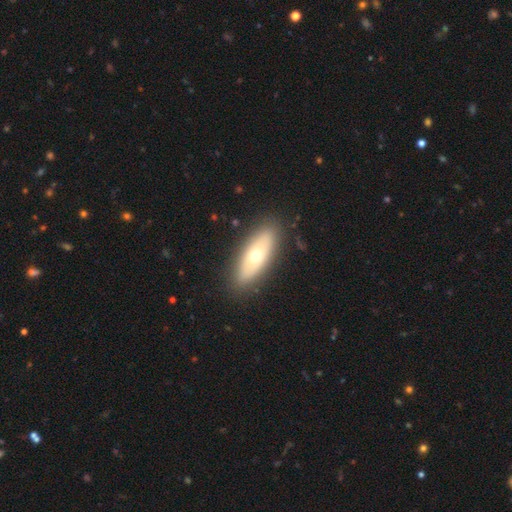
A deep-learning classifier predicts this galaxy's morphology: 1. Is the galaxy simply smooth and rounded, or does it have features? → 57% smooth, 37% featured or disk, 6% star or artifact.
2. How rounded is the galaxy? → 67% in between, 30% cigar-shaped, 3% round.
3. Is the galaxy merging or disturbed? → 88% none, 9% minor disturbance, 2% major disturbance, 1% merger.